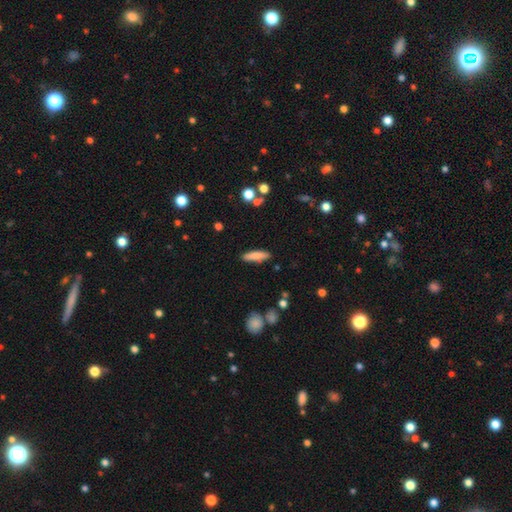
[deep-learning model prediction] Q: Smooth or featured?
A: smooth (81%); runner-up: featured or disk (13%)
Q: How rounded?
A: cigar-shaped (69%); runner-up: in between (29%)
Q: Merging?
A: none (88%); runner-up: minor disturbance (9%)